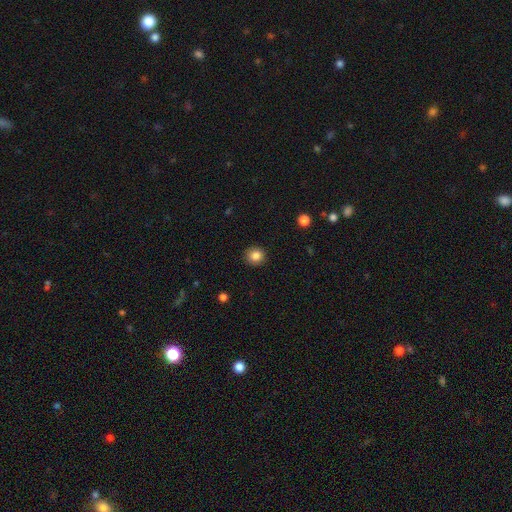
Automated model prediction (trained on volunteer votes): This is clearly a smooth galaxy (85%). How rounded: clearly round (89%). Merging: clearly none (90%).